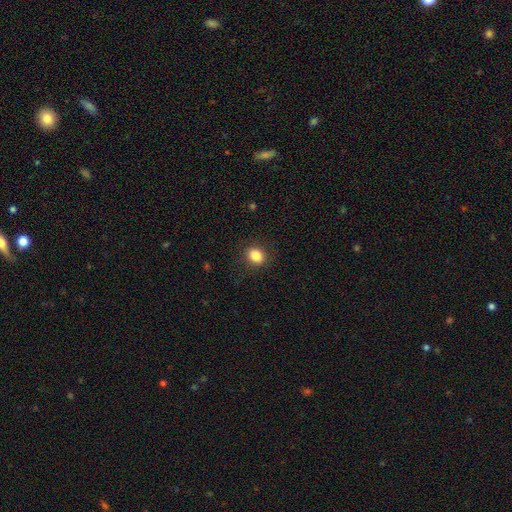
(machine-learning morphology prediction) The model was most divided on "how rounded": round: 52%, in between: 47%, cigar-shaped: 1%. More confident: merging — none (87%); smooth or featured — smooth (85%).